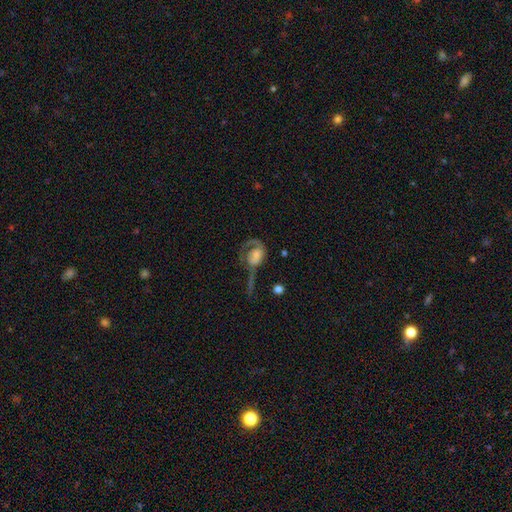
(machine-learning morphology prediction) A featured or disk galaxy (57%) with no bar (75%), spiral arms (62%) and a moderate central bulge (30%).

Vote fractions:
- Smooth or featured? featured or disk: 57% / smooth: 34% / star or artifact: 9%
- Edge-on disk? no: 96% / yes: 4%
- Bar? no: 75% / weak: 19% / strong: 5%
- Spiral arms? yes: 62% / no: 38%
- Bulge size? moderate: 30% / small: 26% / none: 21% / large: 19% / dominant: 5%
- Merging? major disturbance: 53% / none: 19% / merger: 15% / minor disturbance: 12%